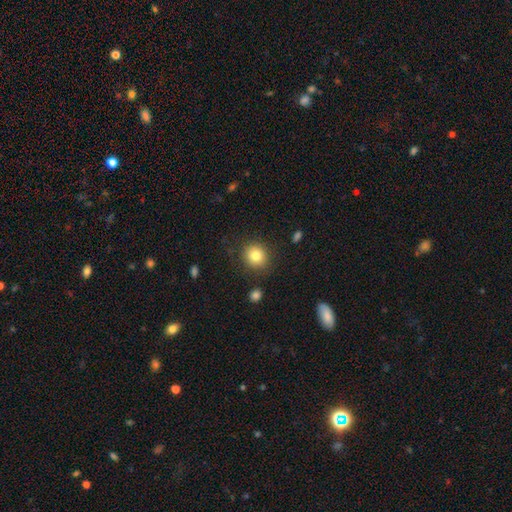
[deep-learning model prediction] This appears to be a smooth galaxy with no disk features (82%) that is round (82%). Merging: none (86%).